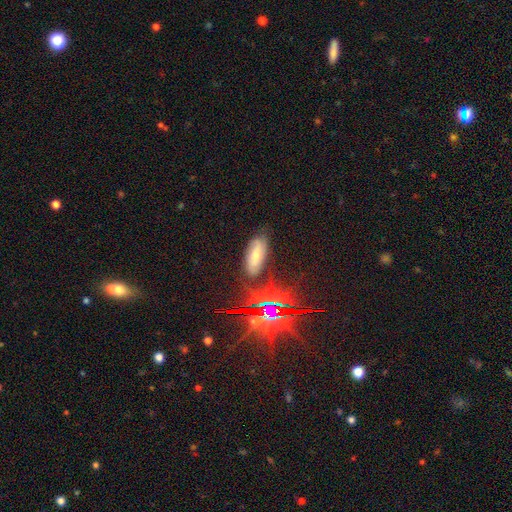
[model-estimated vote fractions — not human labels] A smooth galaxy with no disk features (48%). Merging: none (73%).